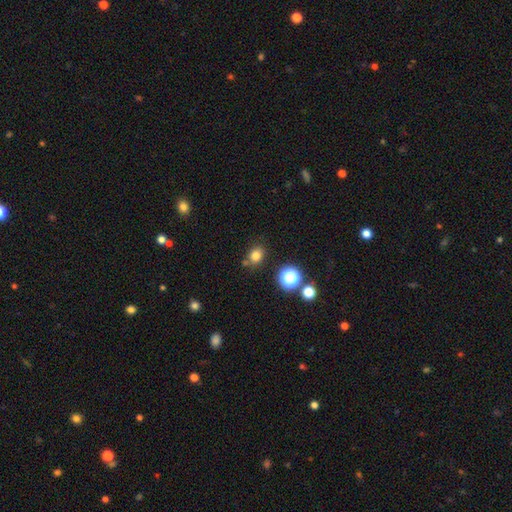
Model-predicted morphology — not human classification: Q: Smooth or featured?
A: smooth (78%); runner-up: star or artifact (16%)
Q: How rounded?
A: round (57%); runner-up: in between (42%)
Q: Merging?
A: none (76%); runner-up: minor disturbance (13%)